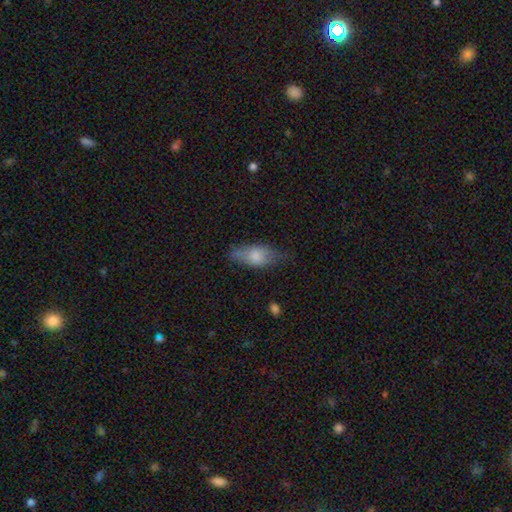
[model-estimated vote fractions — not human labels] smooth-or-featured: smooth: 75% | featured or disk: 18% | star or artifact: 7%
  how-rounded: in between: 82% | cigar-shaped: 14% | round: 4%
  merging: none: 60% | minor disturbance: 28% | major disturbance: 10% | merger: 2%